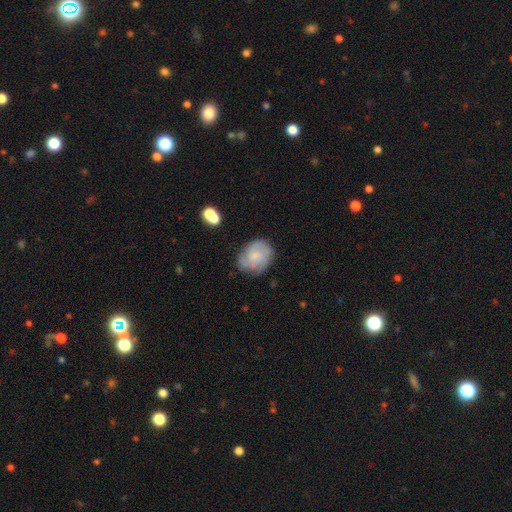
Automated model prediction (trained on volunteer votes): Smooth or featured? Predicted: featured or disk (p=0.56). Edge-on disk? Predicted: no (p=0.98). Bar? Predicted: no (p=0.68). Spiral arms? Predicted: yes (p=0.87). Bulge size? Predicted: small (p=0.39). Merging? Predicted: none (p=0.69).